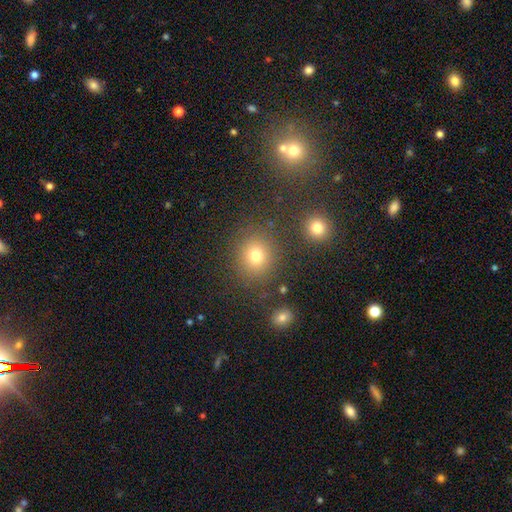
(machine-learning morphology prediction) The model was most divided on "smooth or featured": smooth: 76%, star or artifact: 16%, featured or disk: 7%. More confident: how rounded — round (83%); merging — none (83%).